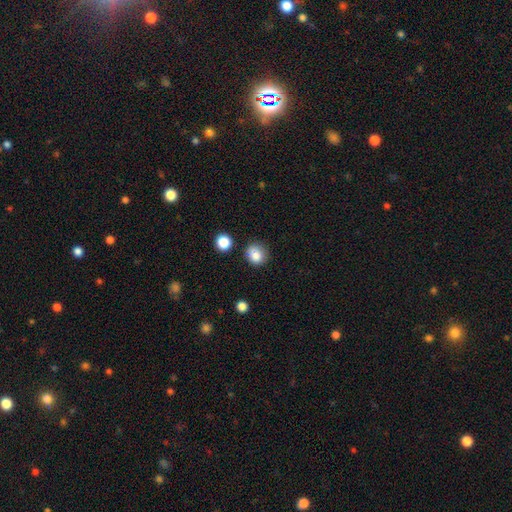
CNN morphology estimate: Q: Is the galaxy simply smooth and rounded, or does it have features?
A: smooth — 83%.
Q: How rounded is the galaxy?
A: round — 77%.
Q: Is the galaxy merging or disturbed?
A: none — 72%.